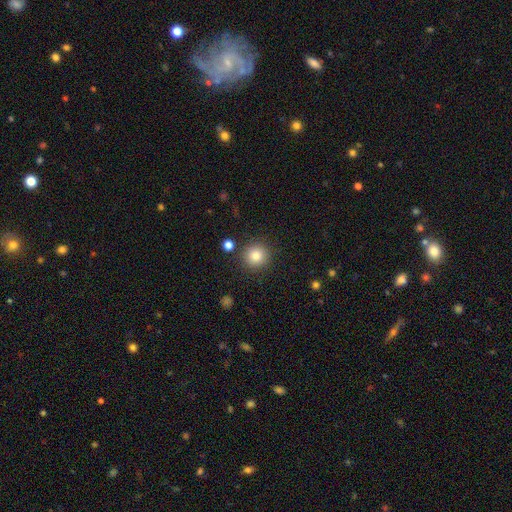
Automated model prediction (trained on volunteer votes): Smooth or featured: smooth — 82% (star or artifact — 11%)
How rounded: round — 94% (in between — 5%)
Merging: none — 88% (minor disturbance — 7%)